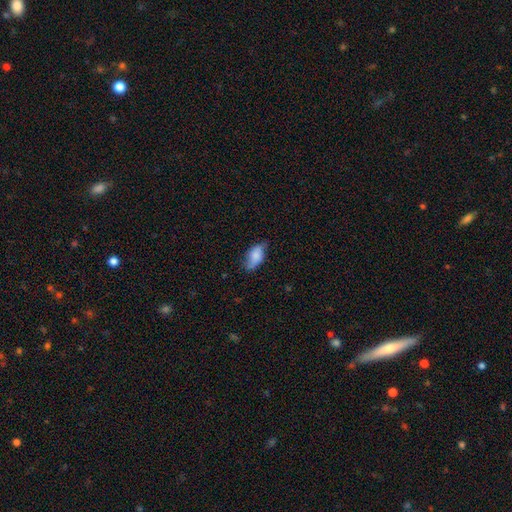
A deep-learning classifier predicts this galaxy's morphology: This is likely a smooth galaxy (73%). How rounded: clearly in between (90%). Merging: likely none (62%).